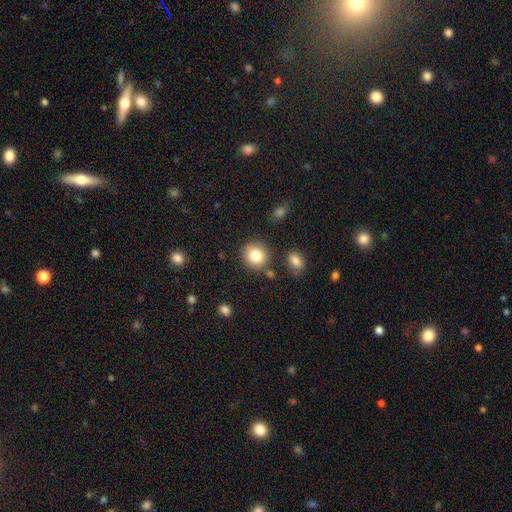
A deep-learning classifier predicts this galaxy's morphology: Smooth or featured: smooth — 82% (star or artifact — 10%)
How rounded: round — 85% (in between — 14%)
Merging: none — 81% (minor disturbance — 10%)